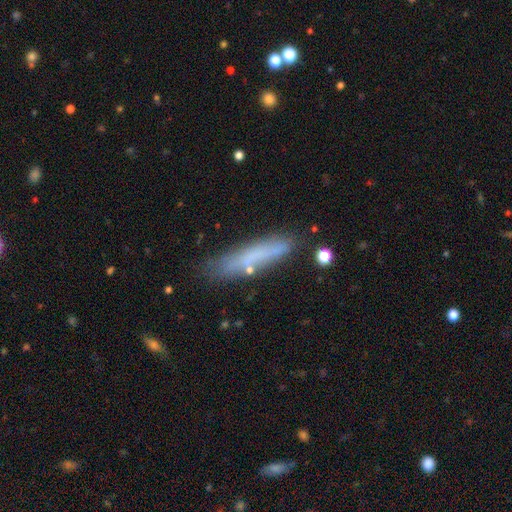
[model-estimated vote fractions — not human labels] A smooth galaxy with no disk features (60%) that is cigar-shaped (86%). Merging: none (71%).